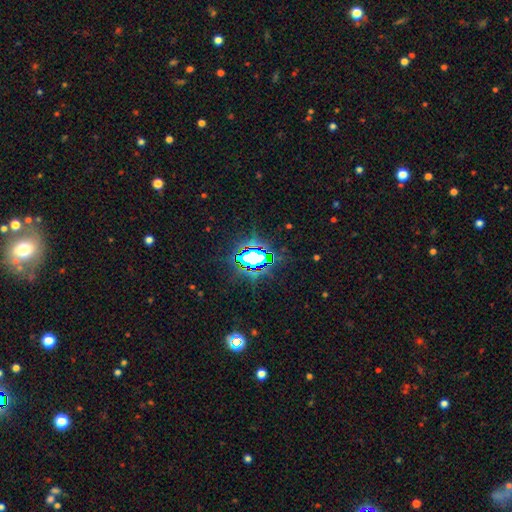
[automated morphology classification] smooth_or_featured: star or artifact (p=0.74) [alt: smooth p=0.15]